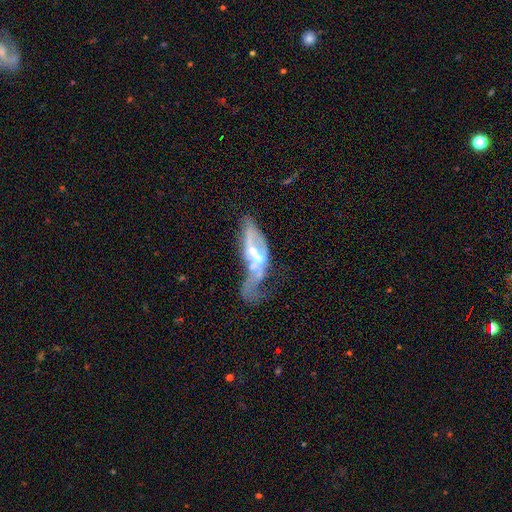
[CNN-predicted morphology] A featured or disk galaxy (67%) with no bar (49%), no spiral arms (61%) and a moderate central bulge (47%). Merging: major disturbance (40%).